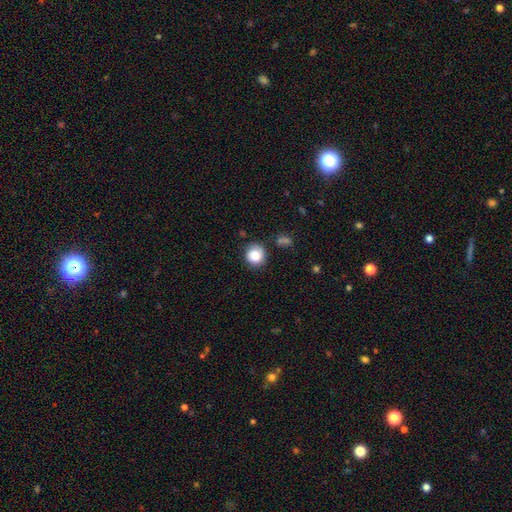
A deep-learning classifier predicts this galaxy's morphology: Overall: smooth (83%). How rounded: round (89%). Merging: none (77%).